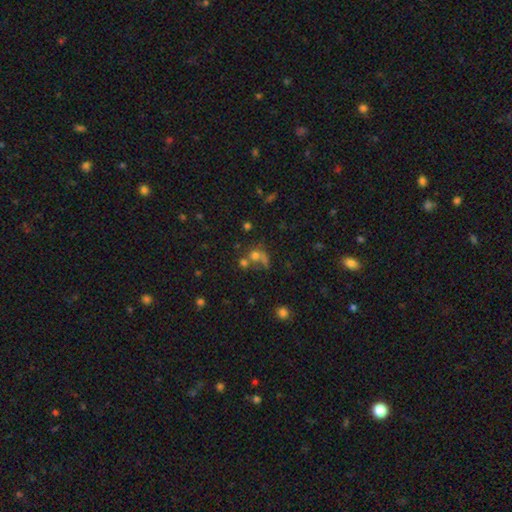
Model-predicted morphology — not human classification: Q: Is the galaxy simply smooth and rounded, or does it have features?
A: smooth — 60%.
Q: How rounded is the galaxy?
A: round — 76%.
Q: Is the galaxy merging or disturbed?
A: merger — 41%.